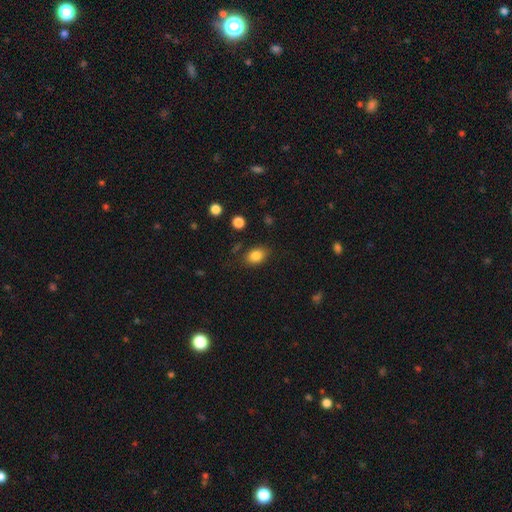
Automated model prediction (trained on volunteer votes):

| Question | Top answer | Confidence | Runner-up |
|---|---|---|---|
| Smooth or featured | smooth | 84% | star or artifact (10%) |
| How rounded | in between | 69% | round (30%) |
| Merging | none | 80% | minor disturbance (14%) |